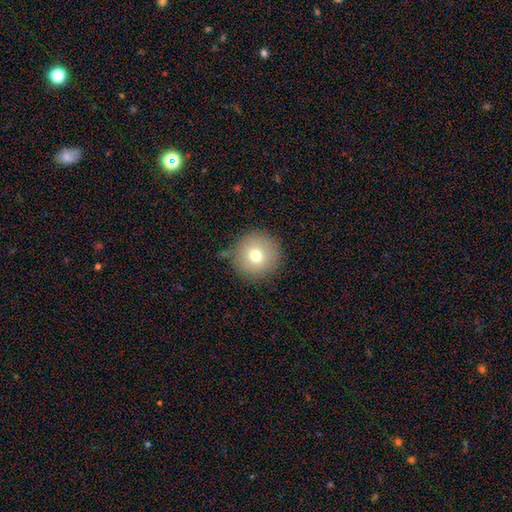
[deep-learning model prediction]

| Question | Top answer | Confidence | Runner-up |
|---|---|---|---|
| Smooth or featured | smooth | 74% | featured or disk (14%) |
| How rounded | round | 96% | in between (3%) |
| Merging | none | 84% | minor disturbance (10%) |